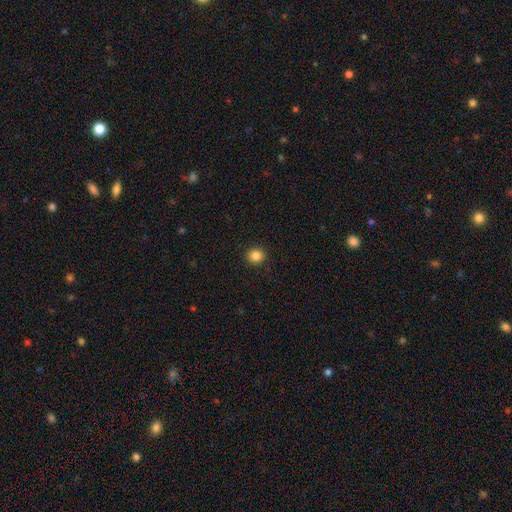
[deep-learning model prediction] The model was most divided on "smooth or featured": smooth: 85%, star or artifact: 11%, featured or disk: 4%. More confident: merging — none (92%); how rounded — round (91%).